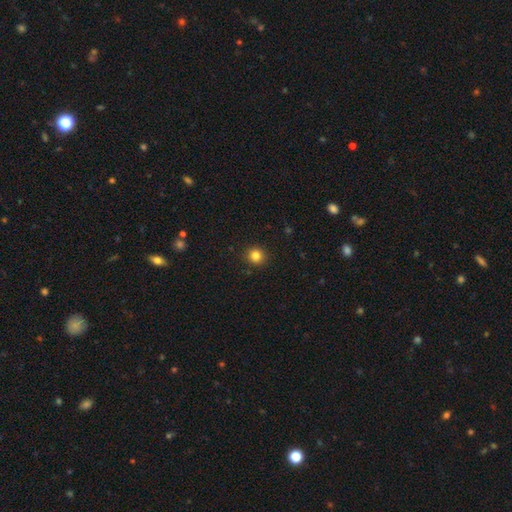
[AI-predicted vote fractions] This is clearly a smooth galaxy (83%). How rounded: clearly round (92%). Merging: clearly none (92%).